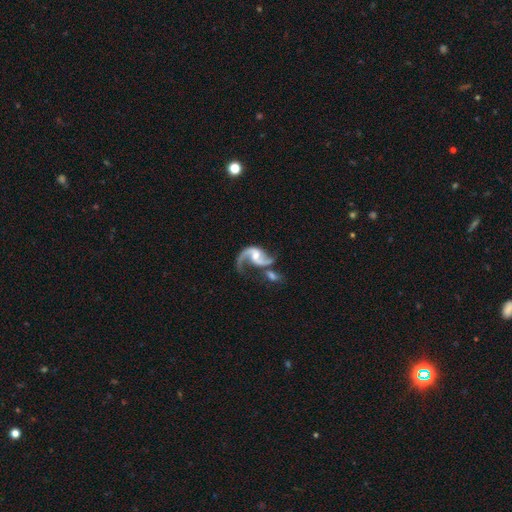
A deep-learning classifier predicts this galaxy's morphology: type=featured or disk (89%); edge-on=no (98%); bar=weak (45%); spiral arms=yes (96%); winding=loose (64%); arm count=2 (83%); bulge=moderate (52%); merging=merger (34%).